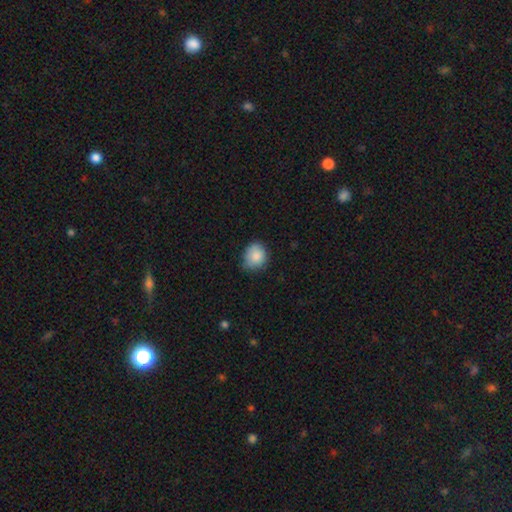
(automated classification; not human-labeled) Overall: smooth (86%). How rounded: round (72%). Merging: none (68%).